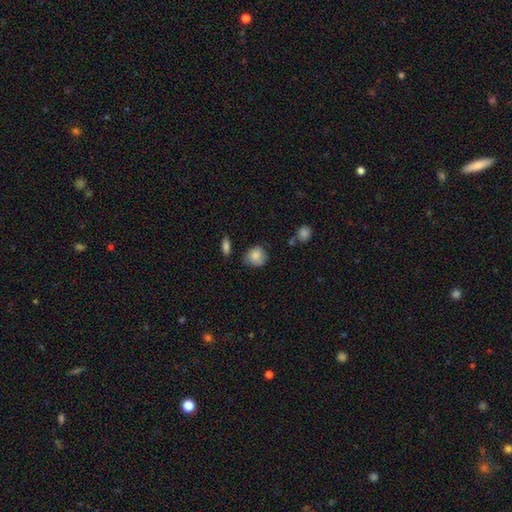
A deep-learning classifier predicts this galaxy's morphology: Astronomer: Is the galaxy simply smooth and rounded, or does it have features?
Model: smooth — 81%.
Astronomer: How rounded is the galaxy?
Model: round — 73%.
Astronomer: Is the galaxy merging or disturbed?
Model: none — 61%.